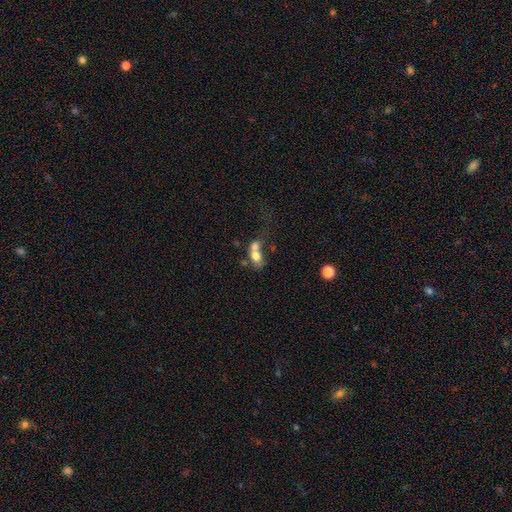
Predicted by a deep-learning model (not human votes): Q: Smooth or featured?
A: smooth (67%); runner-up: featured or disk (22%)
Q: How rounded?
A: in between (67%); runner-up: round (29%)
Q: Merging?
A: merger (68%); runner-up: none (15%)